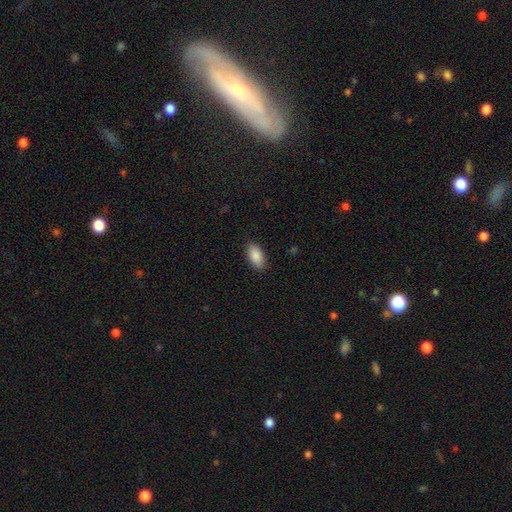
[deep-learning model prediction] Smooth or featured? Predicted: smooth (p=0.89). How rounded? Predicted: in between (p=0.94). Merging? Predicted: none (p=0.88).